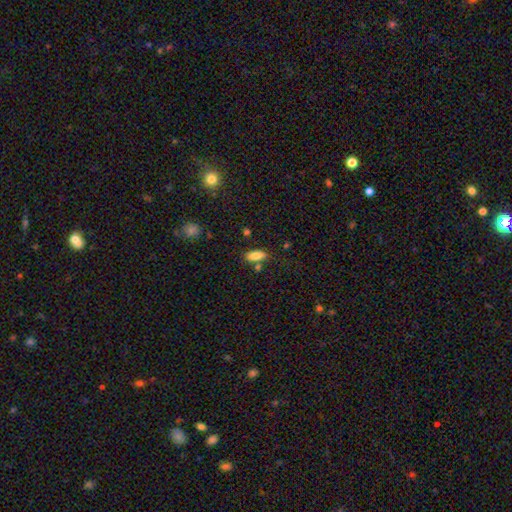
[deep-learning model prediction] Smooth or featured: smooth — 83% (featured or disk — 9%)
How rounded: in between — 80% (cigar-shaped — 18%)
Merging: none — 71% (minor disturbance — 15%)